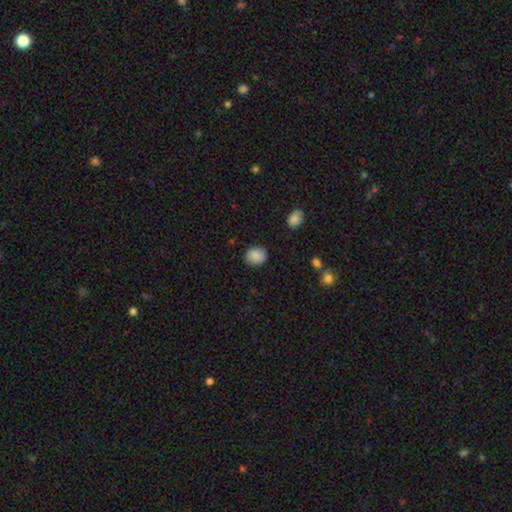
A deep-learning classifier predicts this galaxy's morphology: Q: Smooth or featured?
A: smooth (88%); runner-up: star or artifact (8%)
Q: How rounded?
A: round (65%); runner-up: in between (34%)
Q: Merging?
A: none (86%); runner-up: minor disturbance (11%)